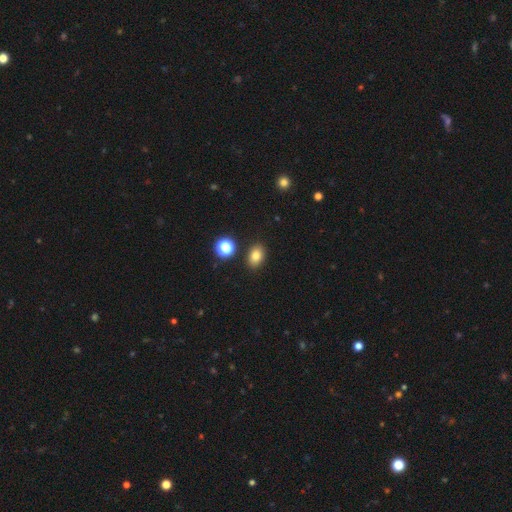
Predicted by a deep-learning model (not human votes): This is clearly a smooth galaxy (80%). How rounded: likely in between (76%). Merging: clearly none (85%).